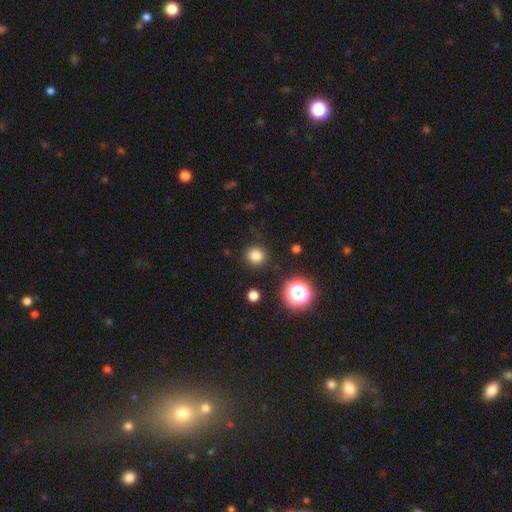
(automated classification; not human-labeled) smooth_or_featured: smooth (p=0.80) [alt: star or artifact p=0.15]
how_rounded: round (p=0.93) [alt: in between p=0.06]
merging: none (p=0.89) [alt: minor disturbance p=0.07]